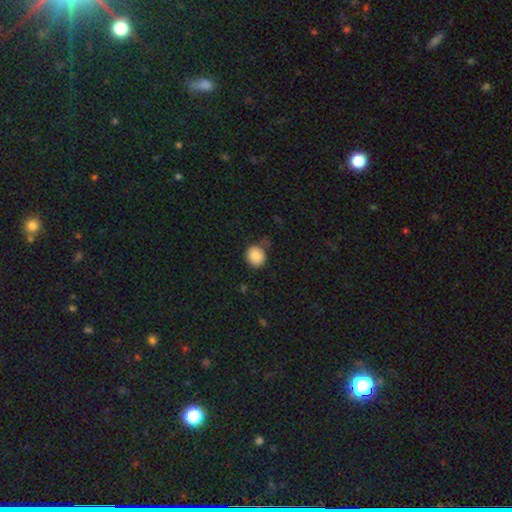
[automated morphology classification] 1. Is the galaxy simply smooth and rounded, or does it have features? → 87% smooth, 8% star or artifact, 5% featured or disk.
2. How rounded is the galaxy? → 75% round, 24% in between, 1% cigar-shaped.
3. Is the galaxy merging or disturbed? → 63% none, 26% minor disturbance, 8% major disturbance, 4% merger.